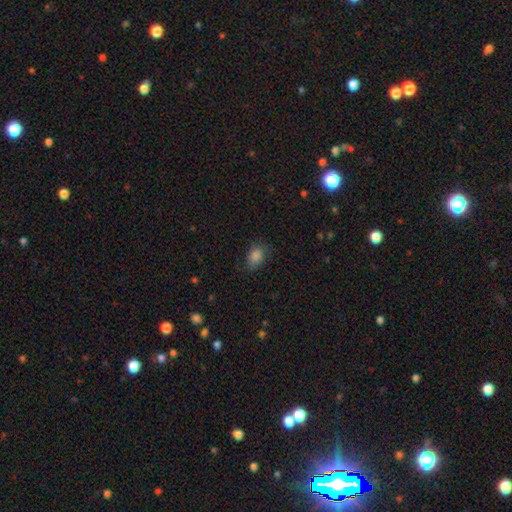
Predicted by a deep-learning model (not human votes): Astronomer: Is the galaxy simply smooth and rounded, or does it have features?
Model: smooth — 81%.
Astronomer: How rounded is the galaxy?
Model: in between — 77%.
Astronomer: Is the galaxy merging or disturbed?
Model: none — 76%.